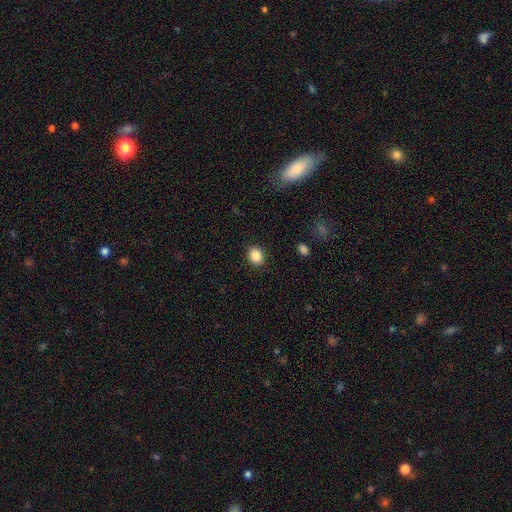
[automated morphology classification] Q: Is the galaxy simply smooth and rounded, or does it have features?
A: smooth — 87%.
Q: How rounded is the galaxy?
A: in between — 54%.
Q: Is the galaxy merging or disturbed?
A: none — 88%.